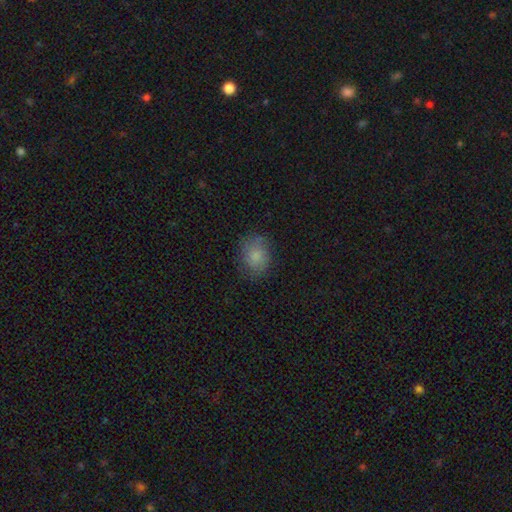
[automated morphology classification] Smooth or featured? smooth (78%)
How rounded? in between (52%)
Merging? none (75%)